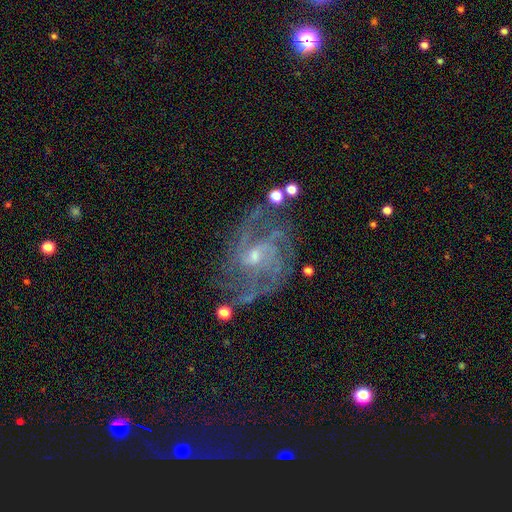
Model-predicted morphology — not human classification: smooth_or_featured: featured or disk (p=0.88) [alt: star or artifact p=0.08]
disk_edge_on: no (p=0.98) [alt: yes p=0.02]
bar: no (p=0.46) [alt: weak p=0.45]
has_spiral_arms: yes (p=0.95) [alt: no p=0.05]
spiral_winding: medium (p=0.49) [alt: tight p=0.33]
spiral_arm_count: 2 (p=0.25) [alt: can't tell p=0.23]
bulge_size: small (p=0.64) [alt: moderate p=0.29]
merging: none (p=0.64) [alt: minor disturbance p=0.18]